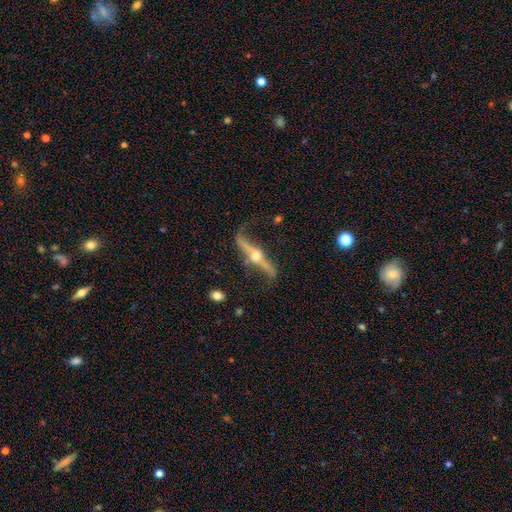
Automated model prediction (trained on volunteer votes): Smooth or featured? Predicted: featured or disk (p=0.86). Edge-on disk? Predicted: yes (p=0.79). Edge-on bulge? Predicted: rounded (p=0.95). Merging? Predicted: none (p=0.59).